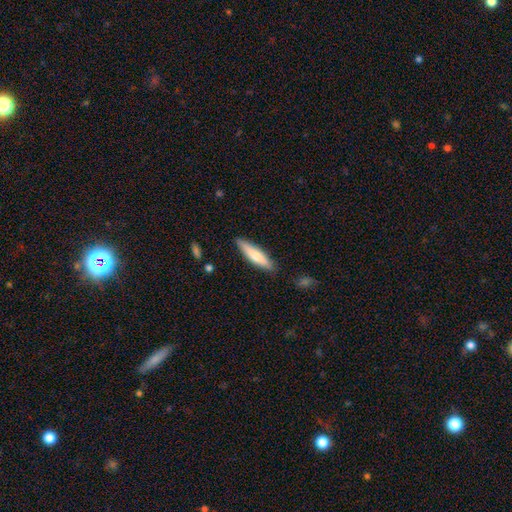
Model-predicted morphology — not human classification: Overall: smooth (67%; featured or disk 27%). How rounded: cigar-shaped (77%). Merging: none (85%).